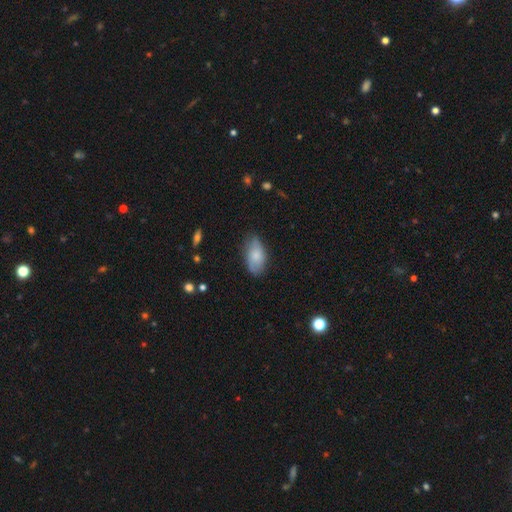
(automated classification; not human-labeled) Smooth or featured: smooth — 75% (featured or disk — 18%)
How rounded: in between — 93% (round — 4%)
Merging: none — 73% (minor disturbance — 21%)